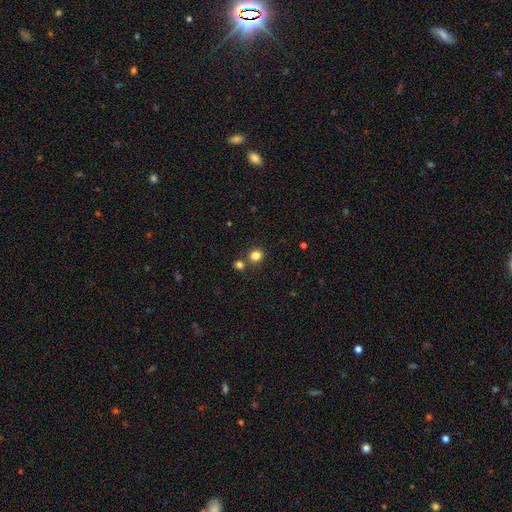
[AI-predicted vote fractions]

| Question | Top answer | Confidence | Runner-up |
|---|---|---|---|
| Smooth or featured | smooth | 82% | star or artifact (13%) |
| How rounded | round | 84% | in between (15%) |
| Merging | none | 72% | merger (18%) |